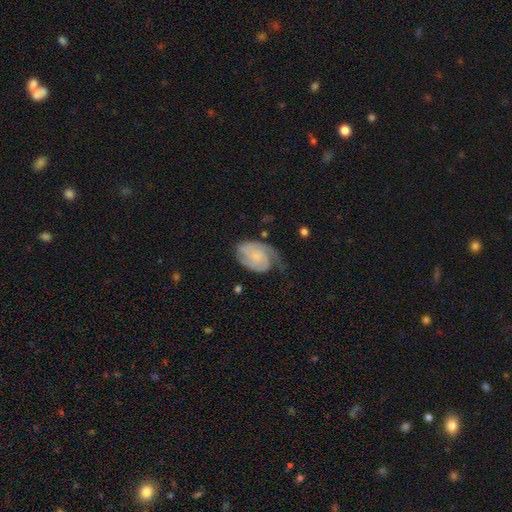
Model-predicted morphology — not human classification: Smooth or featured?
  - featured or disk: 68% *
  - smooth: 26%
  - star or artifact: 6%
Edge-on disk?
  - no: 97% *
  - yes: 3%
Bar?
  - no: 69% *
  - weak: 26%
  - strong: 4%
Spiral arms?
  - yes: 92% *
  - no: 8%
Spiral winding?
  - tight: 47% *
  - medium: 37%
  - loose: 16%
Spiral arm count?
  - 2: 47% *
  - 1: 26%
  - can't tell: 17%
  - 3: 7%
  - 4: 2%
  - more than 4: 2%
Bulge size?
  - small: 42% *
  - none: 36%
  - moderate: 16%
  - large: 5%
  - dominant: 2%
Merging?
  - none: 46% *
  - minor disturbance: 30%
  - major disturbance: 22%
  - merger: 2%